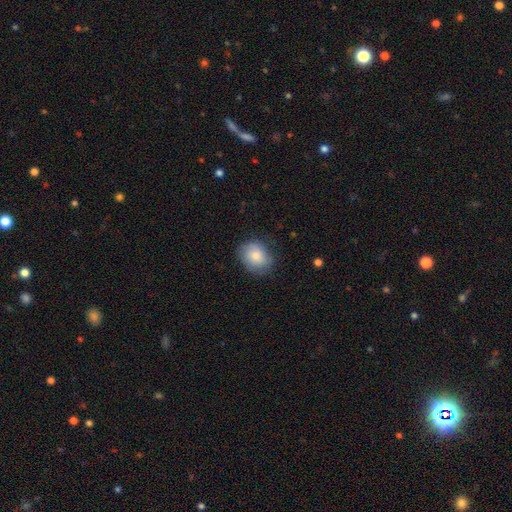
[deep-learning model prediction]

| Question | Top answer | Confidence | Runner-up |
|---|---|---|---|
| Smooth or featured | smooth | 75% | featured or disk (18%) |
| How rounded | round | 55% | in between (44%) |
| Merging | none | 75% | minor disturbance (19%) |